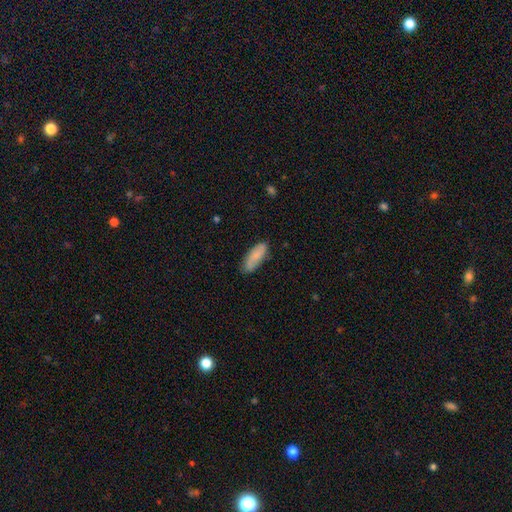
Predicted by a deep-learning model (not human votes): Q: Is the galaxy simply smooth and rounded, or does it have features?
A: smooth — 79%.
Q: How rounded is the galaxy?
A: in between — 68%.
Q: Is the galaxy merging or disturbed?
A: none — 78%.